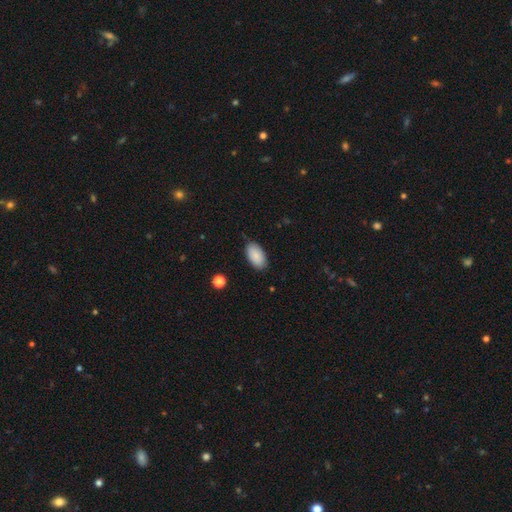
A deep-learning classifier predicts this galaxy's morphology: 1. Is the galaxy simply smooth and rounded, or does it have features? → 89% smooth, 6% star or artifact, 5% featured or disk.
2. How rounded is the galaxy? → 95% in between, 3% round, 2% cigar-shaped.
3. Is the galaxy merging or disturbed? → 83% none, 13% minor disturbance, 3% major disturbance, 1% merger.